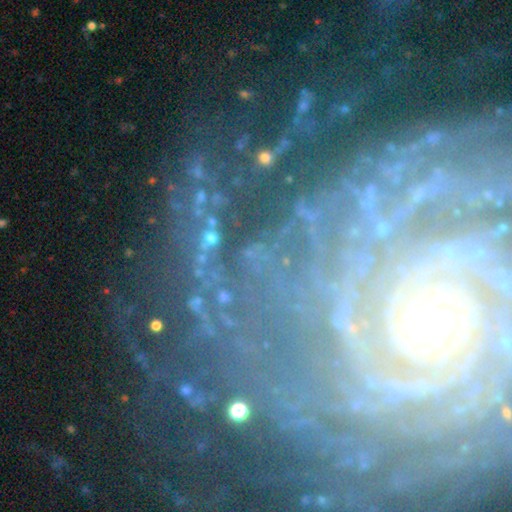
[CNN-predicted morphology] Smooth or featured: star or artifact — 56% (featured or disk — 25%)